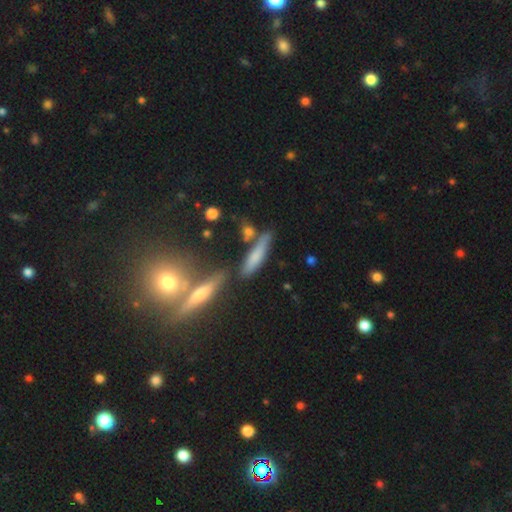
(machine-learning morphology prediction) The model was most divided on "smooth or featured": smooth: 68%, featured or disk: 23%, star or artifact: 9%. More confident: how rounded — cigar-shaped (75%); merging — none (63%).